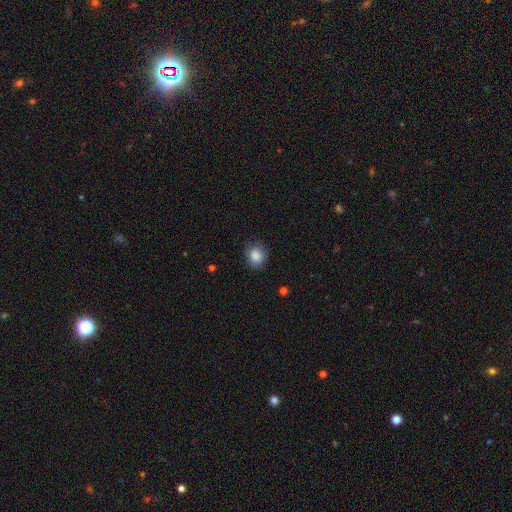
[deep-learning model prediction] The model was most divided on "how rounded": round: 72%, in between: 27%, cigar-shaped: 1%. More confident: smooth or featured — smooth (85%); merging — none (76%).